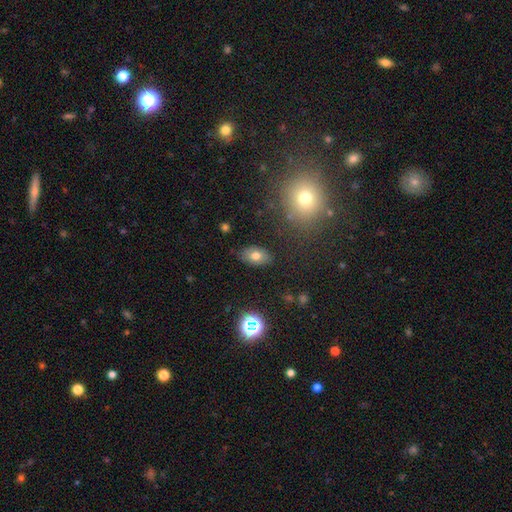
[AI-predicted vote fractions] smooth-or-featured: smooth: 73% | featured or disk: 16% | star or artifact: 12%
  how-rounded: in between: 88% | round: 10% | cigar-shaped: 2%
  merging: none: 82% | minor disturbance: 13% | major disturbance: 3% | merger: 2%